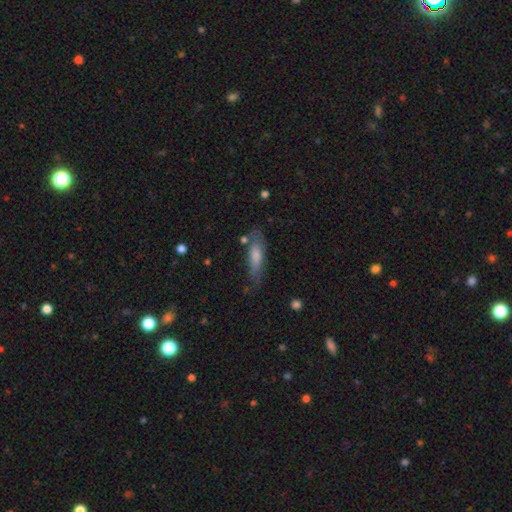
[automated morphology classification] smooth 71%, featured or disk 23%, star or artifact 7%. Down the decision tree: how rounded — cigar-shaped (56%); merging — none (67%).